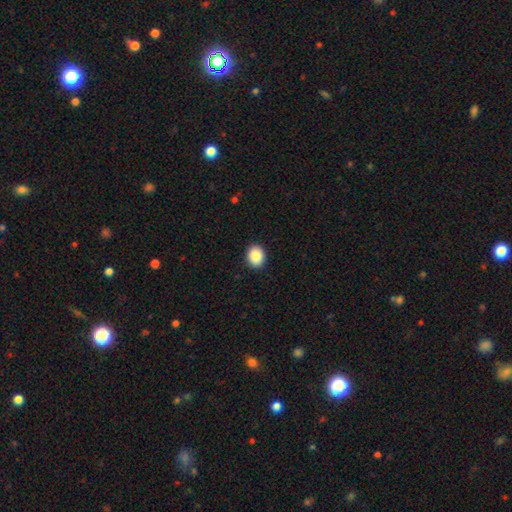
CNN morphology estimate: A smooth galaxy with no disk features (88%) that is round (54%). Merging: none (91%).